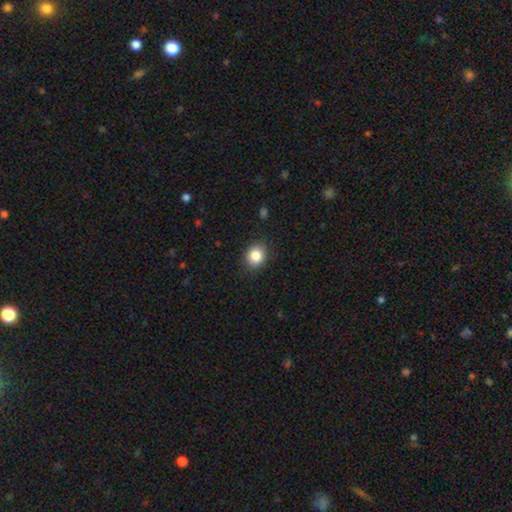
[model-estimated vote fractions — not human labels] This is clearly a smooth galaxy (85%). How rounded: possibly round (59%). Merging: clearly none (86%).